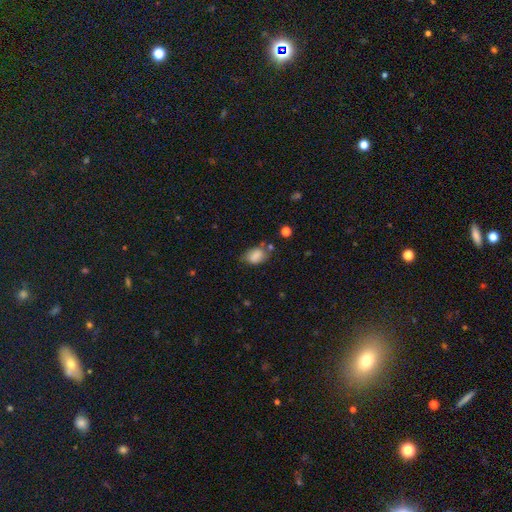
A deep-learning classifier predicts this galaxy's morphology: Q: Smooth or featured?
A: smooth (79%); runner-up: featured or disk (11%)
Q: How rounded?
A: in between (81%); runner-up: round (18%)
Q: Merging?
A: none (54%); runner-up: minor disturbance (28%)